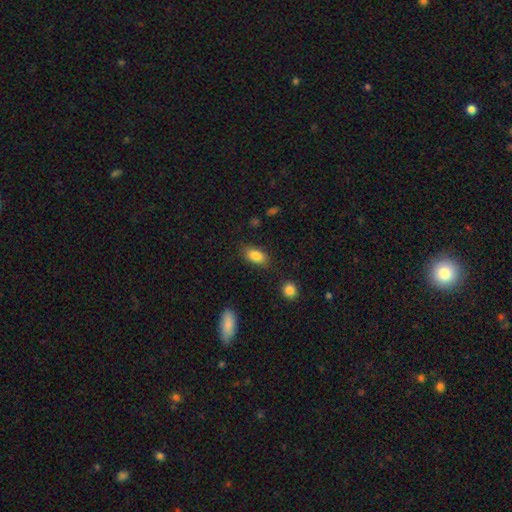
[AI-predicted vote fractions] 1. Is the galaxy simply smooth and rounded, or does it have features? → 85% smooth, 8% star or artifact, 7% featured or disk.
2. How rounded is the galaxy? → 90% in between, 5% round, 5% cigar-shaped.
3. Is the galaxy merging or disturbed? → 82% none, 13% minor disturbance, 3% major disturbance, 2% merger.